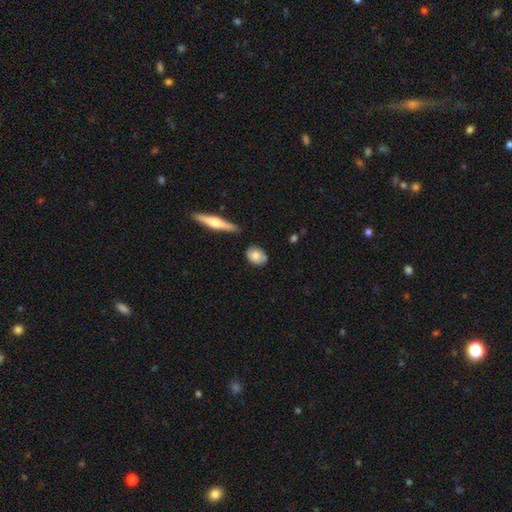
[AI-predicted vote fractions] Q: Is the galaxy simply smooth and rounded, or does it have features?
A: smooth — 72%.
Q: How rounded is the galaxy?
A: in between — 61%.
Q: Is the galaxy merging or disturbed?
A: none — 71%.